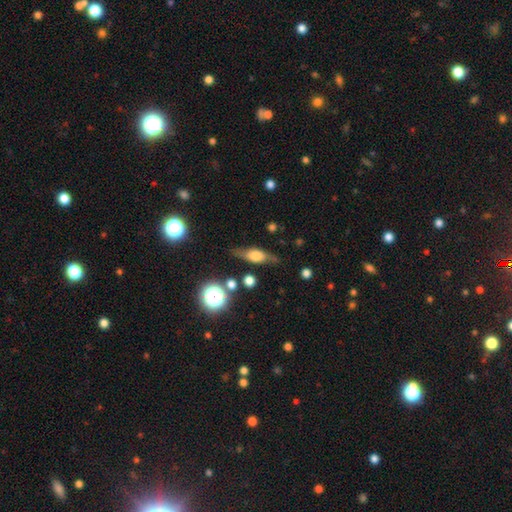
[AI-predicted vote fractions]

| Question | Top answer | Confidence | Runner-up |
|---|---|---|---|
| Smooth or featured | featured or disk | 50% | smooth (41%) |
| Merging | none | 71% | minor disturbance (19%) |